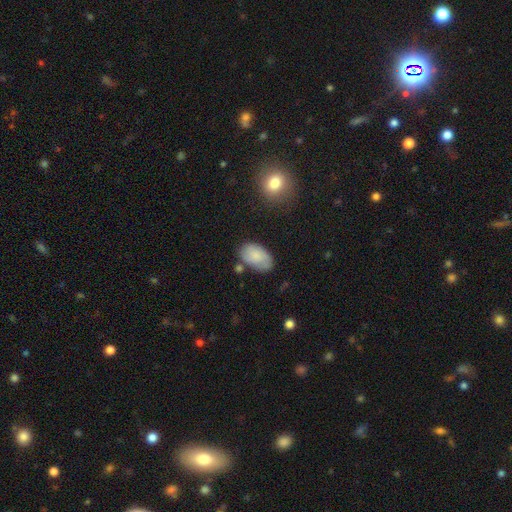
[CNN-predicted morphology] This appears to be a smooth galaxy with no disk features (77%) that is in between round and cigar-shaped (92%). Merging: none (62%).